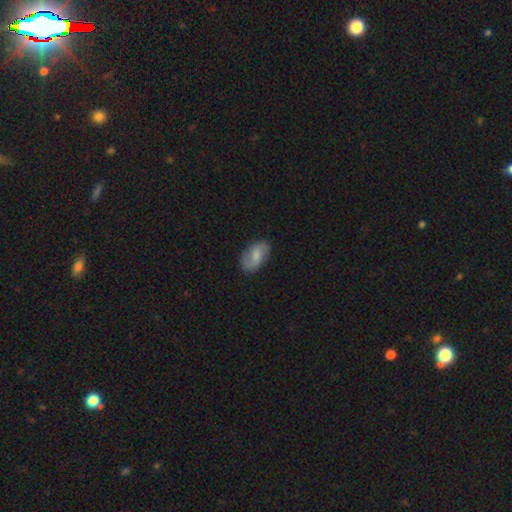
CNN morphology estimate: type=smooth (56%); roundness=in between (92%); merging=none (77%).